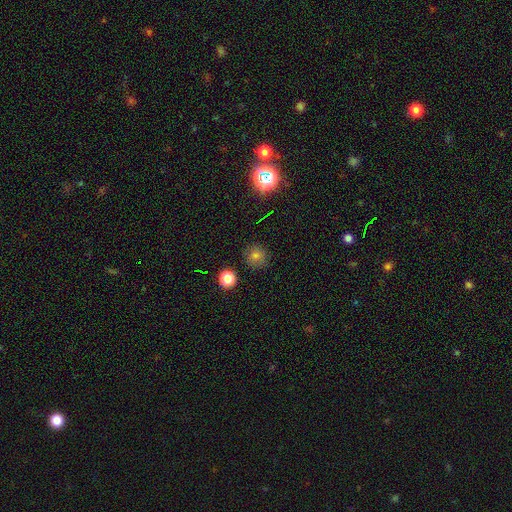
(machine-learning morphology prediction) A smooth galaxy with no disk features (71%) that is round (92%). Merging: none (87%).